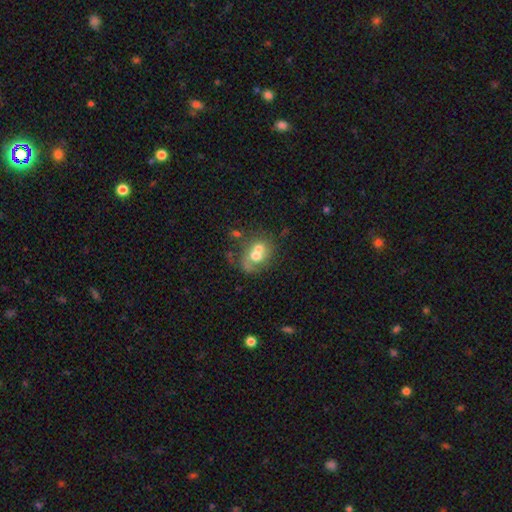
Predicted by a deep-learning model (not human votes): smooth_or_featured: smooth (p=0.53) [alt: featured or disk p=0.37]
how_rounded: round (p=0.58) [alt: in between p=0.41]
merging: merger (p=0.62) [alt: none p=0.21]